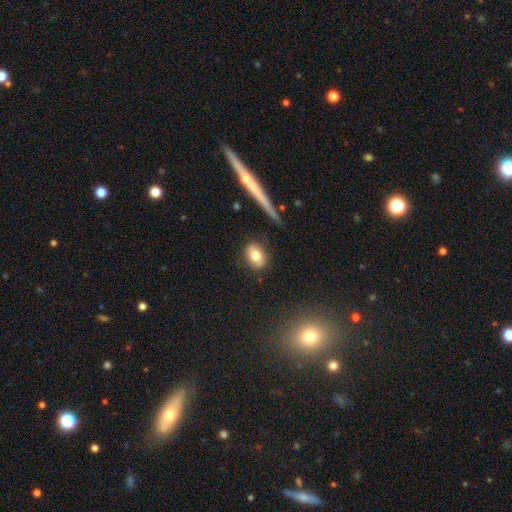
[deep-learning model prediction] smooth_or_featured: smooth (p=0.77) [alt: featured or disk p=0.14]
how_rounded: in between (p=0.69) [alt: round p=0.27]
merging: none (p=0.83) [alt: minor disturbance p=0.11]